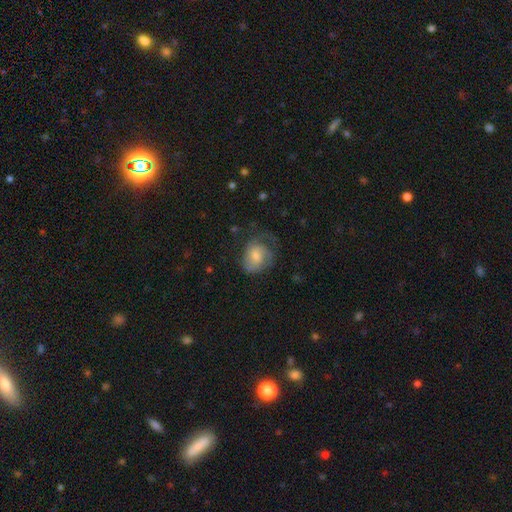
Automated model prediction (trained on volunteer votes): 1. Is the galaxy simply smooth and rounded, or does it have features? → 58% smooth, 35% featured or disk, 7% star or artifact.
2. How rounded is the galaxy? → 53% round, 47% in between, 1% cigar-shaped.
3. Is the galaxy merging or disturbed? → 43% none, 30% minor disturbance, 24% major disturbance, 2% merger.